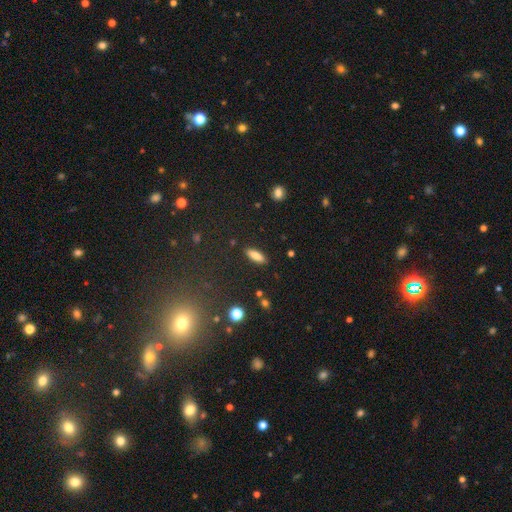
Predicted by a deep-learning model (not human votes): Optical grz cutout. It shows a smooth galaxy with no disk features (81%) that is in between round and cigar-shaped (58%). Merging: none (87%).